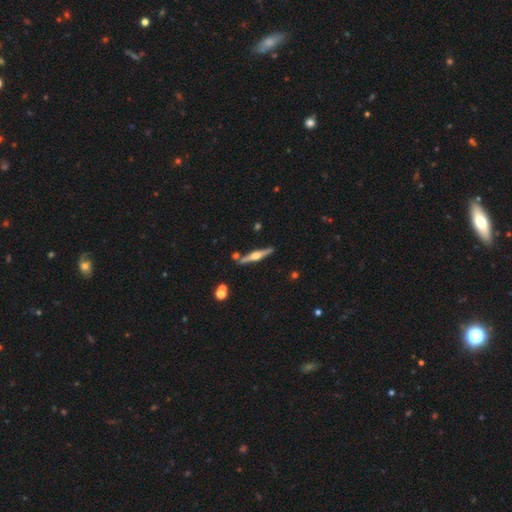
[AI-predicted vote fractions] This is likely a featured or disk galaxy (79%). It is clearly viewed edge-on (98%). Edge-on bulge: clearly rounded (93%). Merging: clearly none (84%).